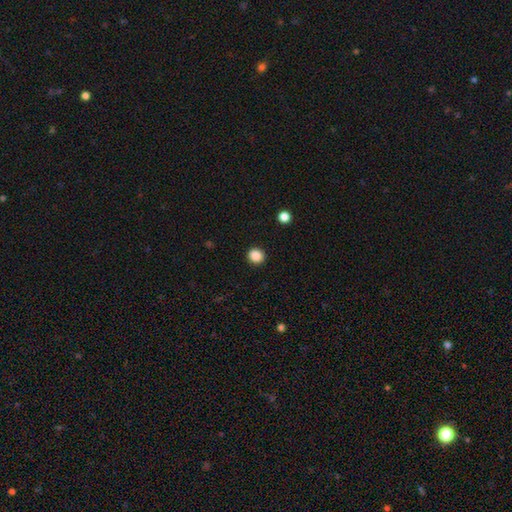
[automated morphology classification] Smooth or featured? Predicted: smooth (p=0.87). How rounded? Predicted: round (p=0.88). Merging? Predicted: none (p=0.92).